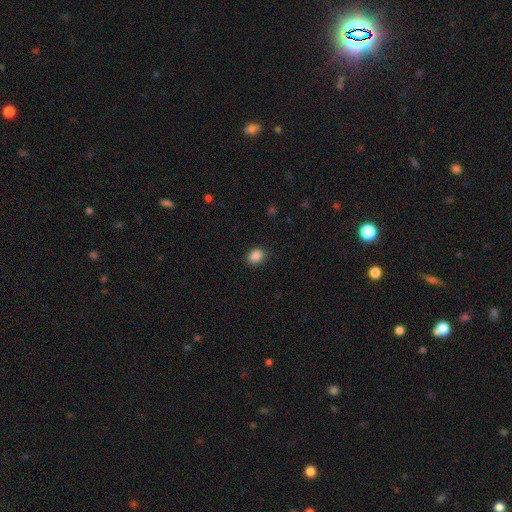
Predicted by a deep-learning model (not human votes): Morphology: type=smooth (87%); roundness=round (50%); merging=none (86%).